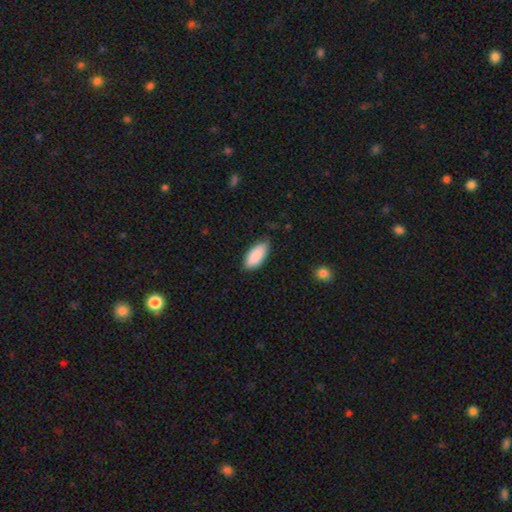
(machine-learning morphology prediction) smooth 90%, star or artifact 6%, featured or disk 4%. Down the decision tree: how rounded — in between (90%); merging — none (78%).